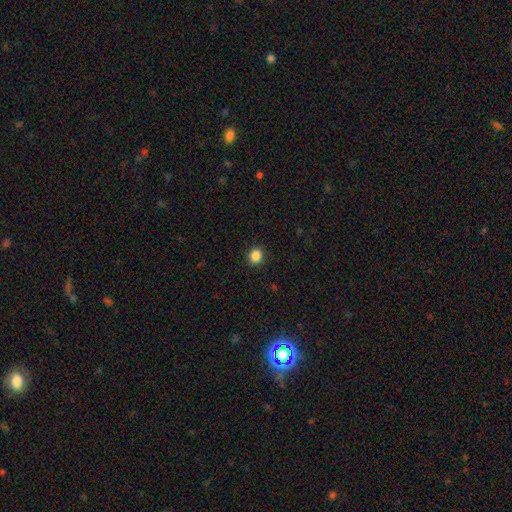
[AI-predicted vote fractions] Smooth or featured? smooth (87%)
How rounded? round (83%)
Merging? none (91%)